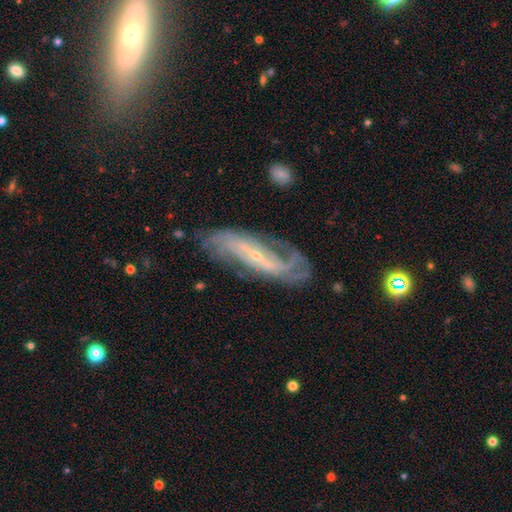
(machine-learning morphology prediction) A featured or disk galaxy (85%) with a strong bar (39%), 2 (50%) medium (41%) spiral arms (94%) and a small central bulge (82%).

Vote fractions:
- Smooth or featured? featured or disk: 85% / smooth: 8% / star or artifact: 6%
- Edge-on disk? no: 85% / yes: 15%
- Bar? strong: 39% / weak: 33% / no: 27%
- Spiral arms? yes: 94% / no: 6%
- Spiral winding? medium: 41% / tight: 38% / loose: 21%
- Spiral arm count? 2: 50% / can't tell: 26% / 3: 10% / 4: 6% / 1: 5% / more than 4: 4%
- Bulge size? small: 82% / moderate: 14% / none: 2% / large: 1% / dominant: 1%
- Merging? none: 70% / minor disturbance: 19% / major disturbance: 9% / merger: 2%